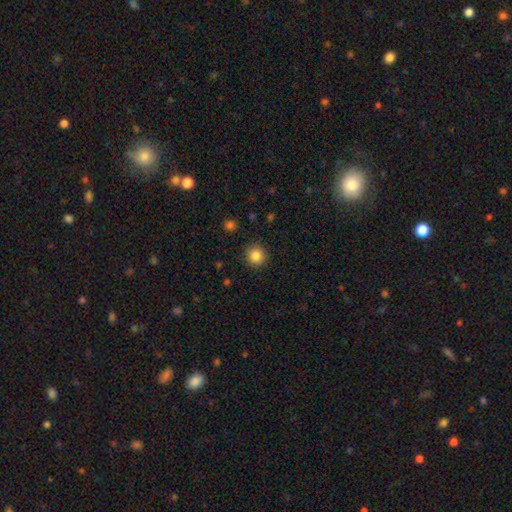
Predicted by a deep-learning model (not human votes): This appears to be a smooth galaxy with no disk features (85%) that is round (94%). Merging: none (91%).